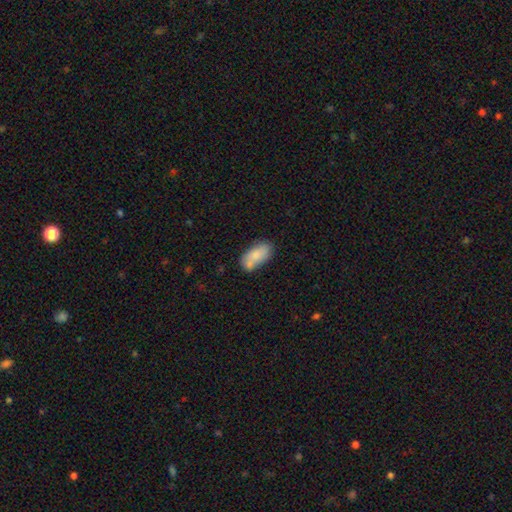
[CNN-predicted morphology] Smooth or featured? Predicted: smooth (p=0.76). How rounded? Predicted: in between (p=0.91). Merging? Predicted: none (p=0.54).